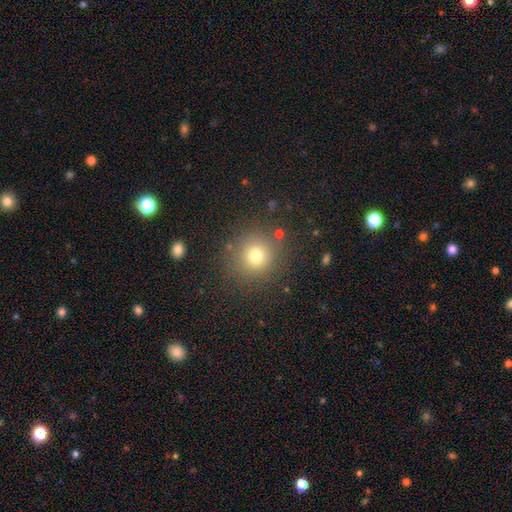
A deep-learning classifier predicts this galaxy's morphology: A smooth galaxy with no disk features (74%) that is round (90%).

Vote fractions:
- Smooth or featured? smooth: 74% / star or artifact: 17% / featured or disk: 9%
- How rounded? round: 90% / in between: 9% / cigar-shaped: 1%
- Merging? none: 84% / minor disturbance: 9% / major disturbance: 4% / merger: 3%